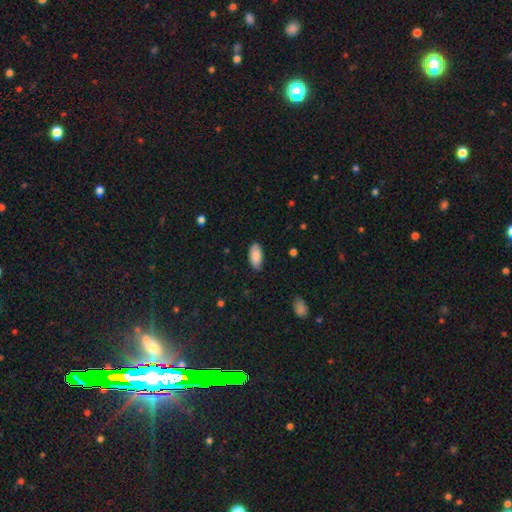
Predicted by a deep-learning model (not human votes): This appears to be a smooth galaxy with no disk features (89%) that is in between round and cigar-shaped (92%). Merging: none (86%).